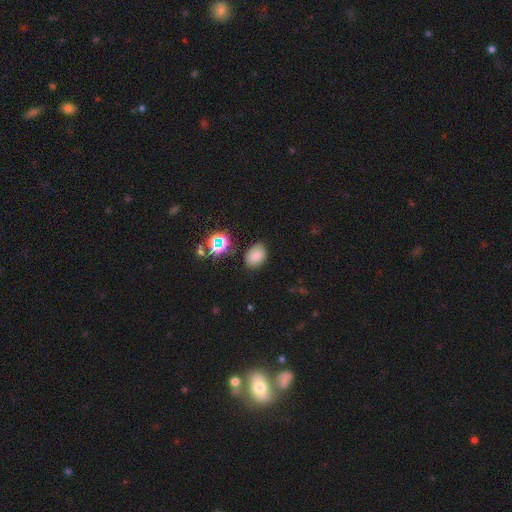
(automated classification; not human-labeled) smooth_or_featured: smooth (p=0.76) [alt: star or artifact p=0.16]
how_rounded: in between (p=0.78) [alt: round p=0.21]
merging: none (p=0.83) [alt: minor disturbance p=0.12]